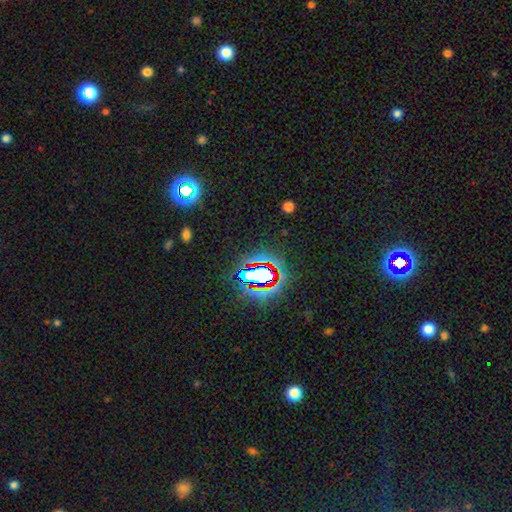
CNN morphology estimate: Smooth or featured? Predicted: star or artifact (p=0.82).